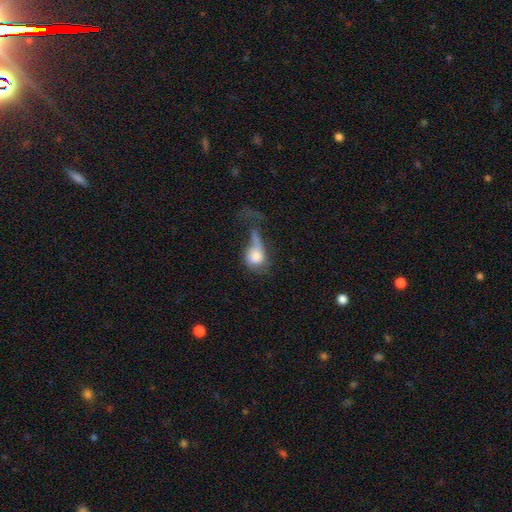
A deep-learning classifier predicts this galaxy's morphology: This is likely a smooth galaxy (65%). How rounded: possibly round (50%). Merging: possibly major disturbance (57%).